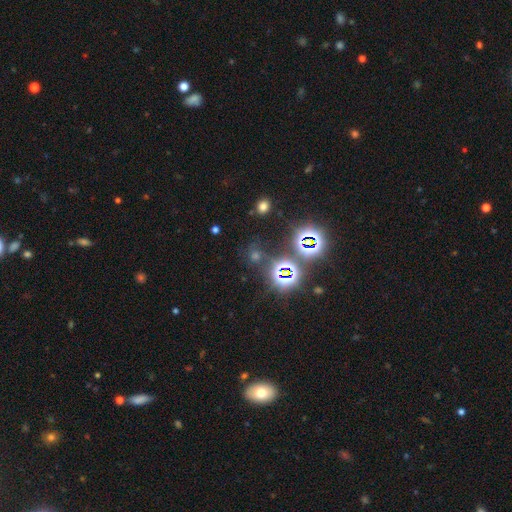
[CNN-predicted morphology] smooth_or_featured: star or artifact (p=0.64) [alt: smooth p=0.28]